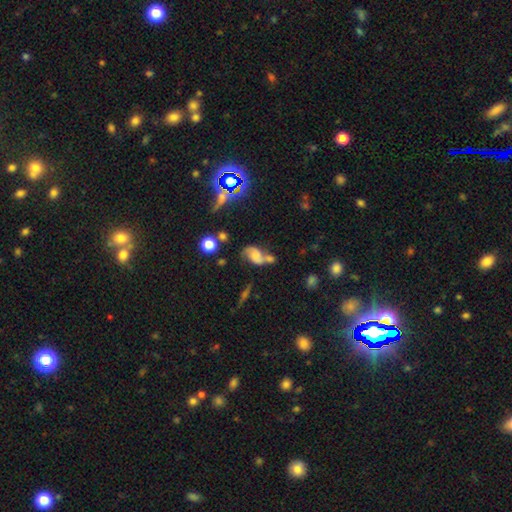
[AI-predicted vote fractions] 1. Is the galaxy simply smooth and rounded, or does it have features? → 57% featured or disk, 29% smooth, 14% star or artifact.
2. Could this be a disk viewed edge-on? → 95% no, 5% yes.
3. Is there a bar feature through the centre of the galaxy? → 66% no, 27% weak, 7% strong.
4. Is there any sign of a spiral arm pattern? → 85% yes, 15% no.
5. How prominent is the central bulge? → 32% none, 27% moderate, 26% small, 12% large, 4% dominant.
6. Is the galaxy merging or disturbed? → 39% merger, 31% none, 17% minor disturbance, 12% major disturbance.